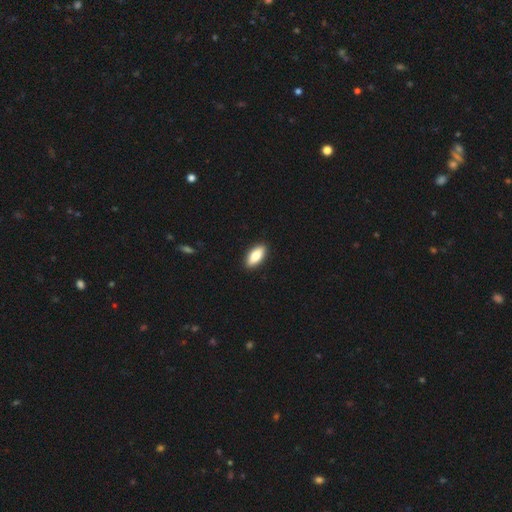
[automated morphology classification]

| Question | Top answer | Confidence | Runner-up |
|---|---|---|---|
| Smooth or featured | smooth | 80% | featured or disk (14%) |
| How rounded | in between | 86% | cigar-shaped (12%) |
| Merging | none | 91% | minor disturbance (6%) |